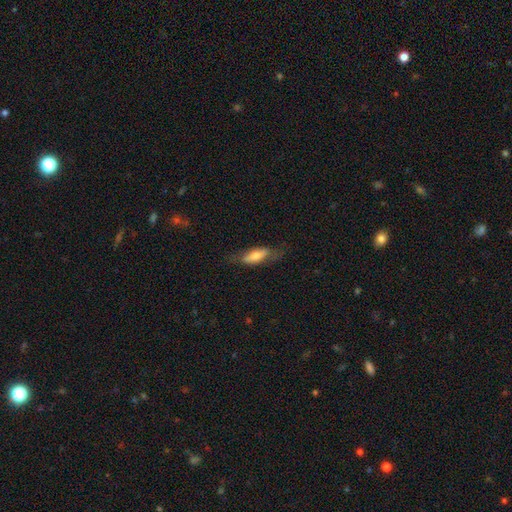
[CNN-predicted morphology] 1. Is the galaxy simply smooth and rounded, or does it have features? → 59% smooth, 35% featured or disk, 7% star or artifact.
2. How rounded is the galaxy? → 60% in between, 37% cigar-shaped, 3% round.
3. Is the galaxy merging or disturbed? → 66% none, 22% minor disturbance, 11% major disturbance, 1% merger.